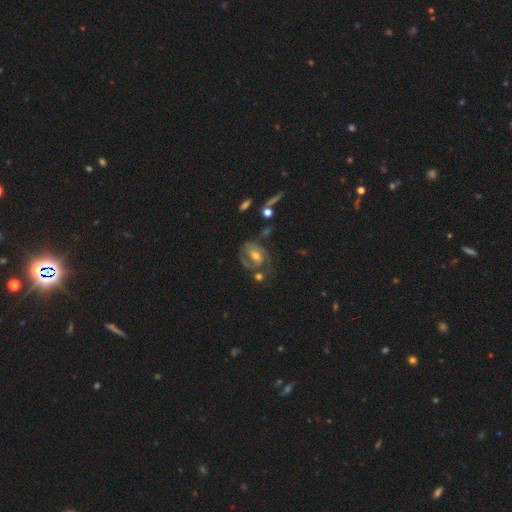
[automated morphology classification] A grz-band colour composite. It shows a featured or disk galaxy (77%) with no bar (42%, tied with weak), 2 (58%) tight (47%) spiral arms (84%) and a moderate central bulge (65%). Merging: none (50%).